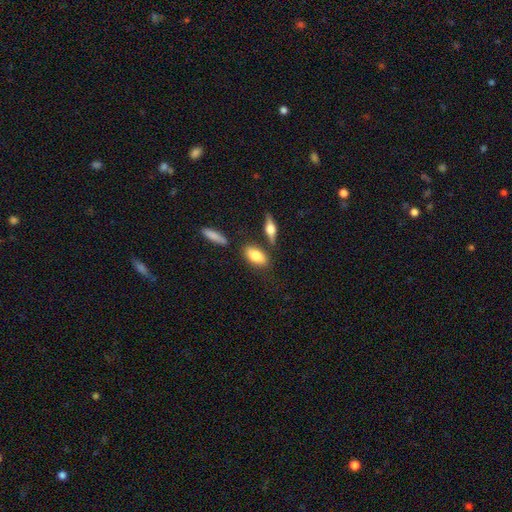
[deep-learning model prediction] smooth-or-featured: smooth: 78% | featured or disk: 15% | star or artifact: 6%
  how-rounded: in between: 87% | cigar-shaped: 8% | round: 5%
  merging: none: 72% | minor disturbance: 13% | merger: 11% | major disturbance: 4%